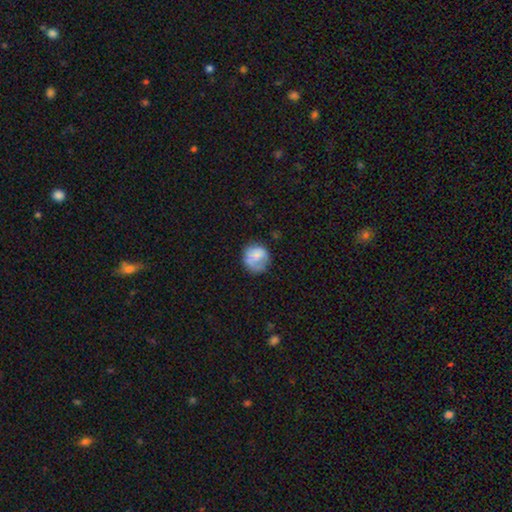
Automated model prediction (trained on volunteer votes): Smooth or featured: smooth — 75% (featured or disk — 18%)
How rounded: round — 82% (in between — 17%)
Merging: none — 58% (minor disturbance — 25%)